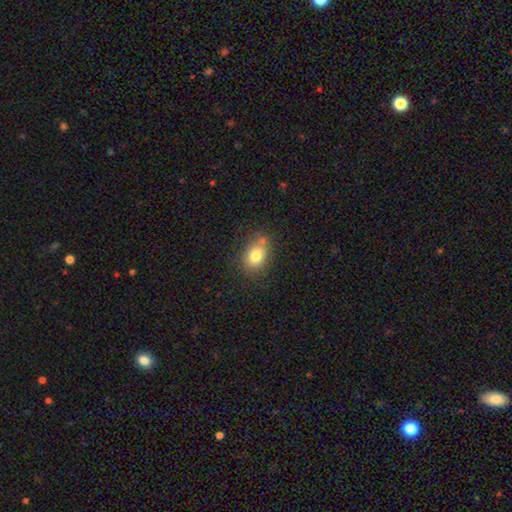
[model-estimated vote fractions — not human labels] Q: Smooth or featured?
A: smooth (80%); runner-up: featured or disk (10%)
Q: How rounded?
A: in between (74%); runner-up: round (25%)
Q: Merging?
A: none (71%); runner-up: minor disturbance (19%)